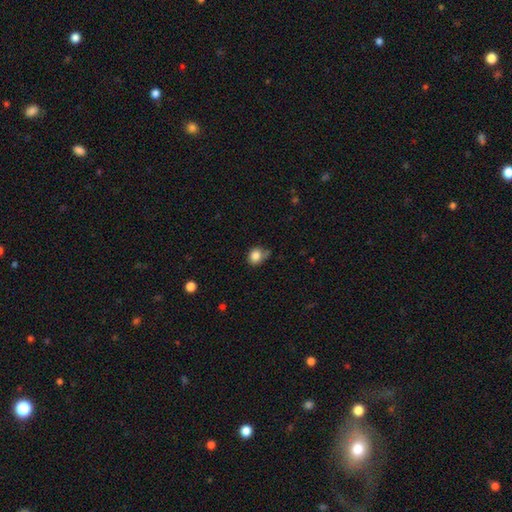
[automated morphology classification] type=smooth (83%); roundness=round (68%); merging=none (57%).